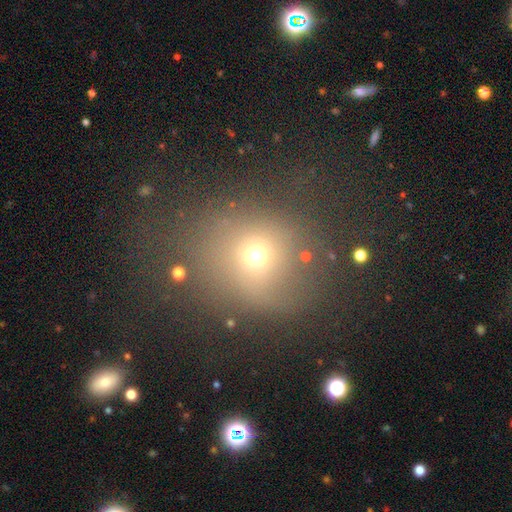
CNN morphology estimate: Q: Smooth or featured?
A: smooth (62%); runner-up: star or artifact (23%)
Q: How rounded?
A: round (79%); runner-up: in between (20%)
Q: Merging?
A: none (61%); runner-up: minor disturbance (18%)